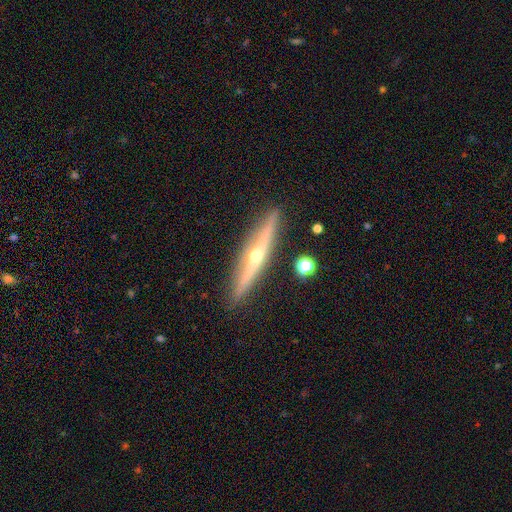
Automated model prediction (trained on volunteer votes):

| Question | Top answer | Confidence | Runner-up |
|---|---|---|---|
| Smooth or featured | featured or disk | 78% | smooth (16%) |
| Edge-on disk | yes | 97% | no (3%) |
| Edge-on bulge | rounded | 89% | none (9%) |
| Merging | none | 90% | minor disturbance (7%) |